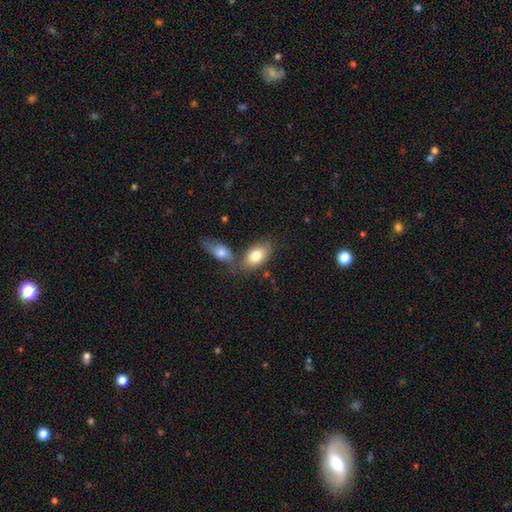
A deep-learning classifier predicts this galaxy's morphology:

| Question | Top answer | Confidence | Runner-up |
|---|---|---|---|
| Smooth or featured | smooth | 78% | featured or disk (15%) |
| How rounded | in between | 92% | round (5%) |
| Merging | none | 55% | merger (30%) |